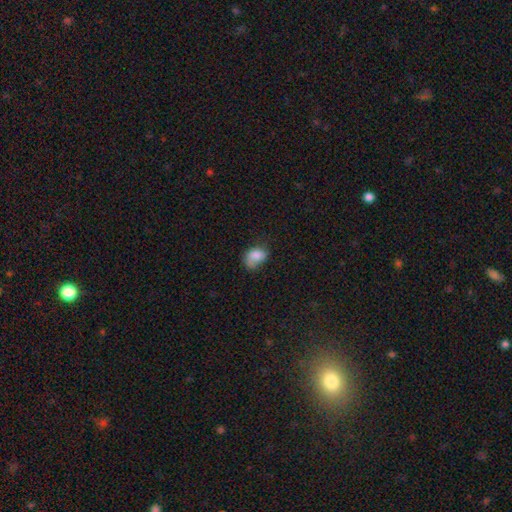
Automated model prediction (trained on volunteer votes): Morphology: type=smooth (79%); roundness=in between (76%); merging=none (40%).